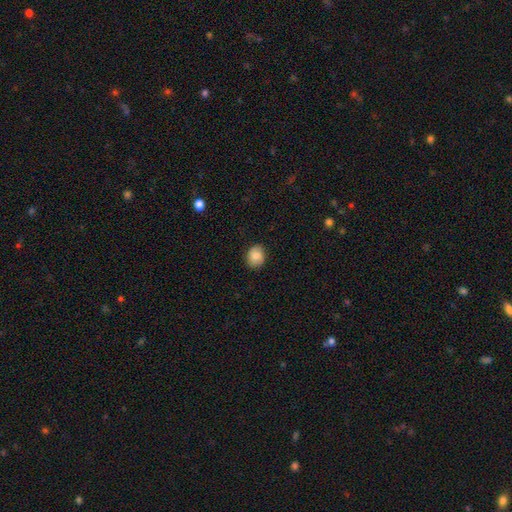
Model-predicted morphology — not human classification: smooth_or_featured: smooth (p=0.81) [alt: featured or disk p=0.11]
how_rounded: round (p=0.59) [alt: in between p=0.40]
merging: none (p=0.85) [alt: minor disturbance p=0.12]